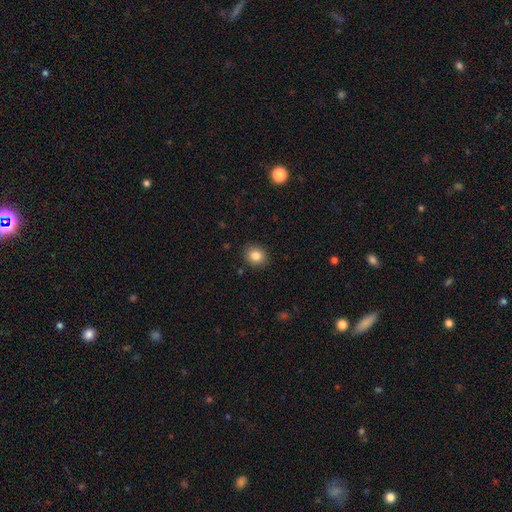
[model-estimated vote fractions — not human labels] A smooth galaxy with no disk features (84%) that is round (74%).

Vote fractions:
- Smooth or featured? smooth: 84% / star or artifact: 10% / featured or disk: 6%
- How rounded? round: 74% / in between: 25% / cigar-shaped: 1%
- Merging? none: 89% / minor disturbance: 7% / major disturbance: 2% / merger: 1%